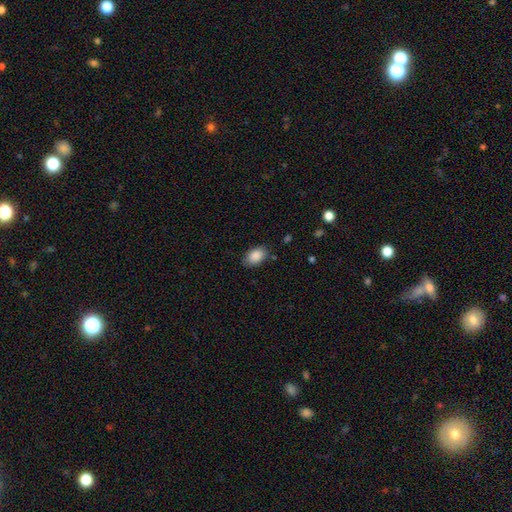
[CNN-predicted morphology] Overall: smooth (88%). How rounded: in between (87%). Merging: none (81%).